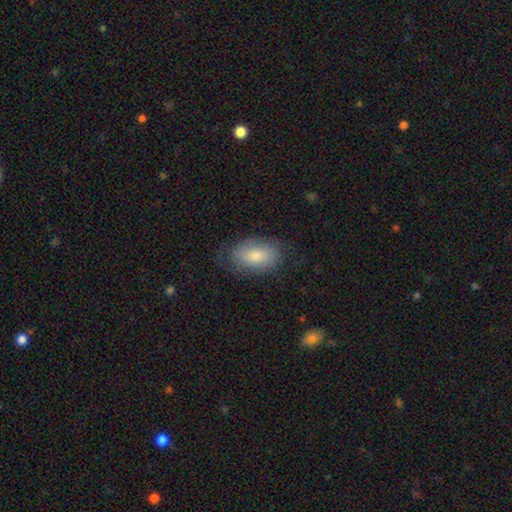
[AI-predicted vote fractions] Overall: smooth (75%). How rounded: in between (92%). Merging: none (74%).